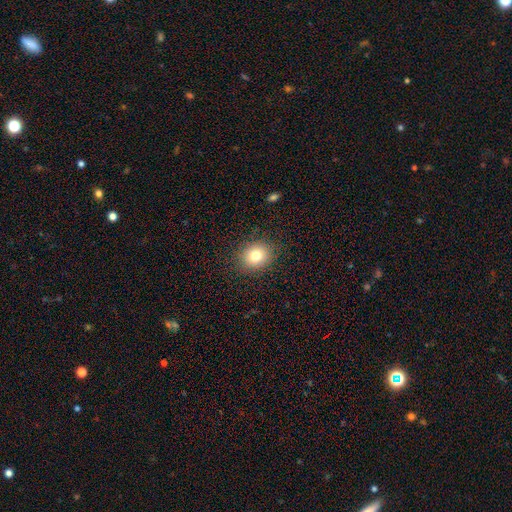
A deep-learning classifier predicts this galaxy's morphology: smooth_or_featured: smooth (p=0.78) [alt: star or artifact p=0.12]
how_rounded: round (p=0.69) [alt: in between p=0.31]
merging: none (p=0.87) [alt: minor disturbance p=0.09]